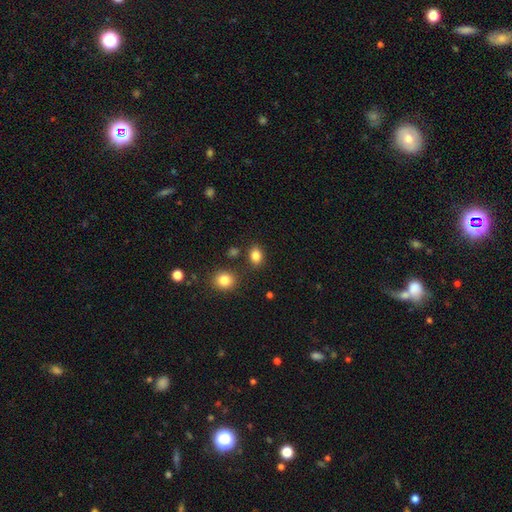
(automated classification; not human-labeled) Smooth or featured? Predicted: smooth (p=0.84). How rounded? Predicted: in between (p=0.64). Merging? Predicted: none (p=0.80).